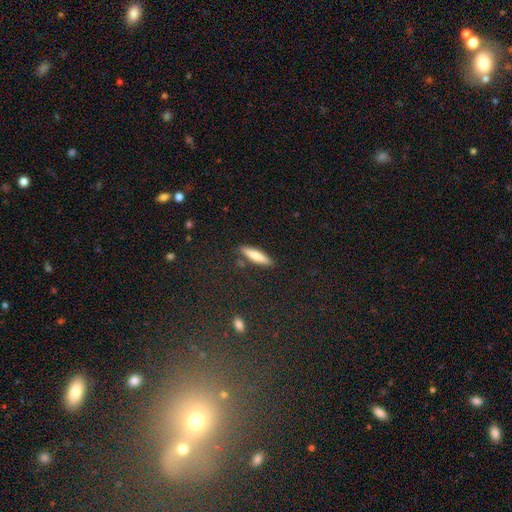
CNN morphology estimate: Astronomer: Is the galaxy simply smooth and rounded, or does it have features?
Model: smooth — 76%.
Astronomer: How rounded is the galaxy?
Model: cigar-shaped — 80%.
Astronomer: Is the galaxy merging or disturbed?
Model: none — 85%.